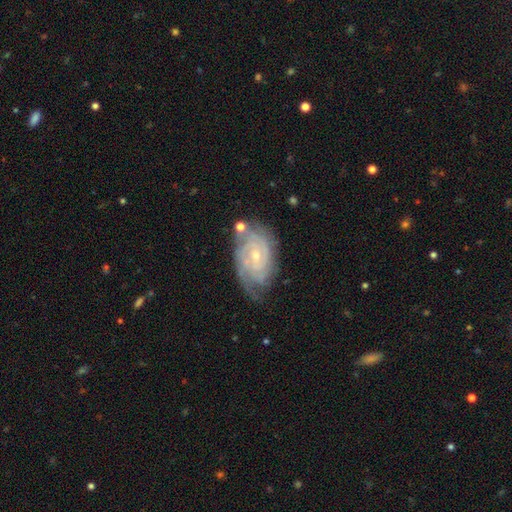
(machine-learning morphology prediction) Smooth or featured?
  - featured or disk: 82% *
  - smooth: 11%
  - star or artifact: 7%
Edge-on disk?
  - no: 95% *
  - yes: 5%
Bar?
  - no: 60% *
  - weak: 33%
  - strong: 7%
Spiral arms?
  - yes: 95% *
  - no: 5%
Spiral winding?
  - tight: 74% *
  - medium: 22%
  - loose: 5%
Spiral arm count?
  - can't tell: 36% *
  - 2: 25%
  - 3: 18%
  - 4: 11%
  - more than 4: 5%
  - 1: 5%
Bulge size?
  - small: 71% *
  - moderate: 25%
  - none: 2%
  - large: 1%
  - dominant: 1%
Merging?
  - none: 64% *
  - minor disturbance: 22%
  - major disturbance: 8%
  - merger: 6%